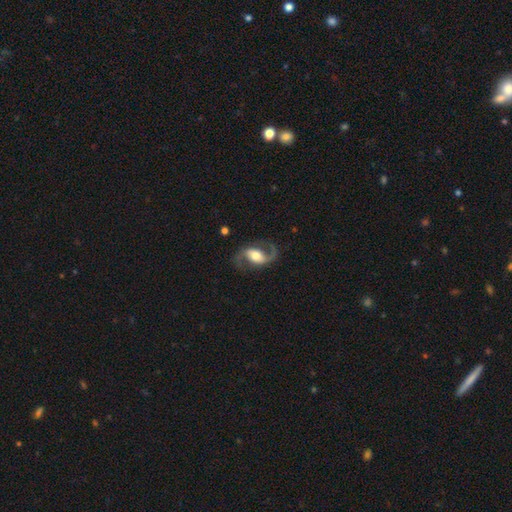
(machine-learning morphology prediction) smooth_or_featured: featured or disk (p=0.87) [alt: smooth p=0.08]
disk_edge_on: no (p=0.97) [alt: yes p=0.03]
bar: weak (p=0.38) [alt: no p=0.33]
has_spiral_arms: yes (p=0.96) [alt: no p=0.04]
spiral_winding: loose (p=0.50) [alt: medium p=0.42]
spiral_arm_count: 2 (p=0.92) [alt: 1 p=0.03]
bulge_size: moderate (p=0.56) [alt: large p=0.28]
merging: none (p=0.78) [alt: minor disturbance p=0.12]